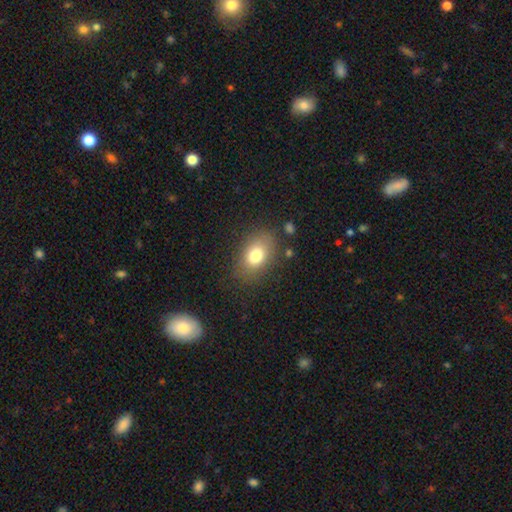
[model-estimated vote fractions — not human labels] Smooth or featured? smooth (78%)
How rounded? in between (80%)
Merging? none (79%)